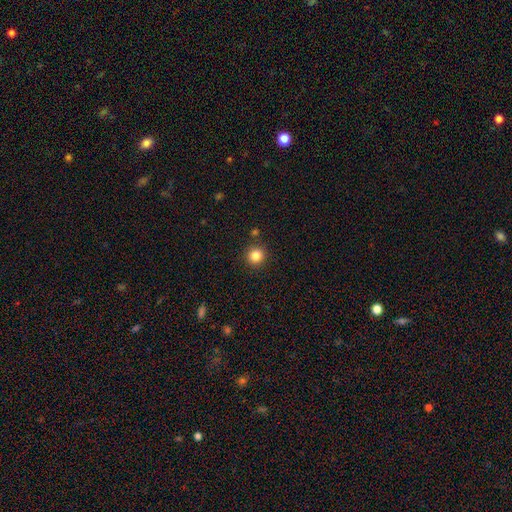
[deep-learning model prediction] The model was most divided on "smooth or featured": smooth: 84%, star or artifact: 11%, featured or disk: 4%. More confident: how rounded — round (93%); merging — none (88%).